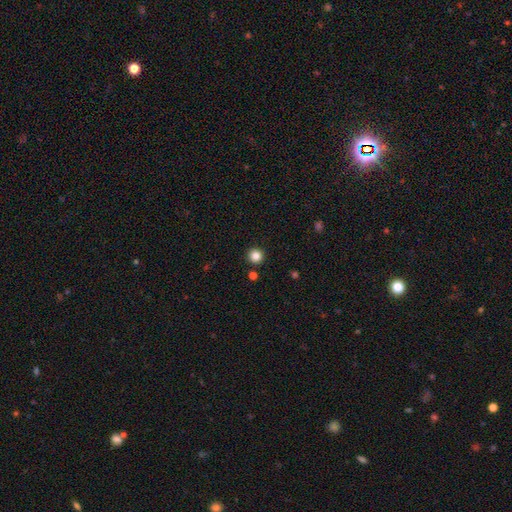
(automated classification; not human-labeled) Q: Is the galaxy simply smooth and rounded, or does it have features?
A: smooth — 84%.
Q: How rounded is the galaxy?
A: round — 95%.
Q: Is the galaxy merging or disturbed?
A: none — 92%.